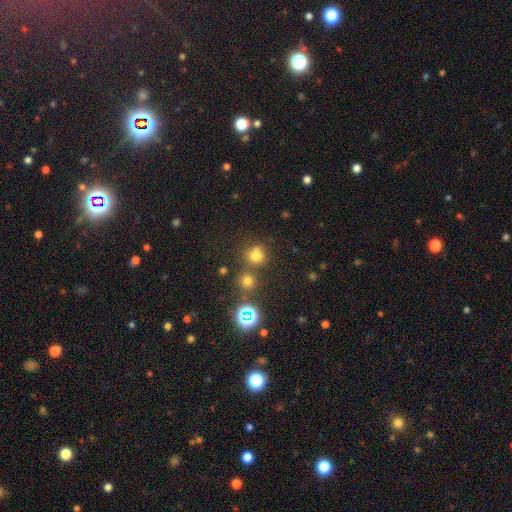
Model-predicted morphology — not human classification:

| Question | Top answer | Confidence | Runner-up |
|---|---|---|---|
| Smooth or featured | smooth | 67% | star or artifact (24%) |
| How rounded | round | 84% | in between (15%) |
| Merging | none | 61% | merger (24%) |